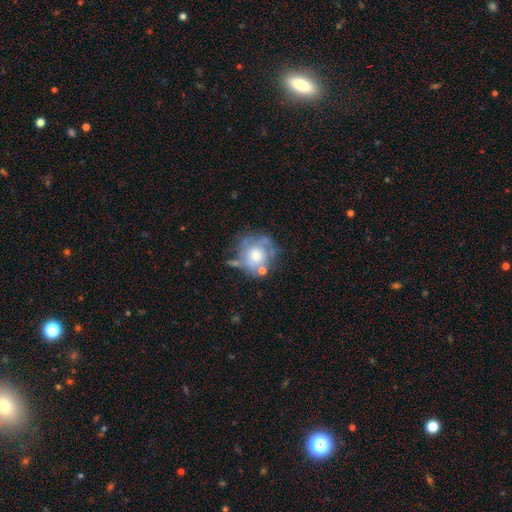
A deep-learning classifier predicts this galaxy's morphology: The model was most divided on "smooth or featured": smooth: 46%, featured or disk: 45%, star or artifact: 9%. Remaining: merging — none (49%).